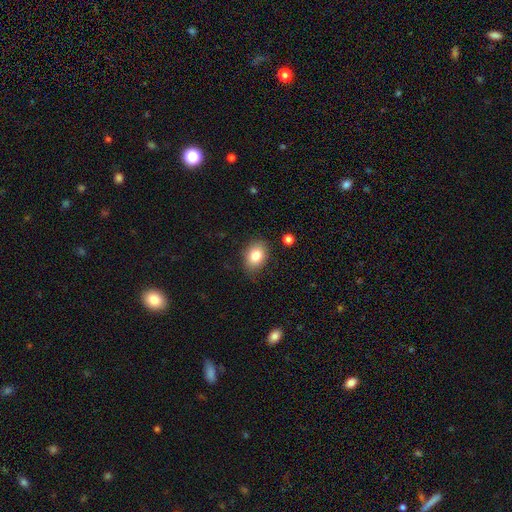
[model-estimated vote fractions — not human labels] Q: Smooth or featured?
A: smooth (81%); runner-up: featured or disk (10%)
Q: How rounded?
A: in between (75%); runner-up: round (24%)
Q: Merging?
A: none (81%); runner-up: minor disturbance (14%)